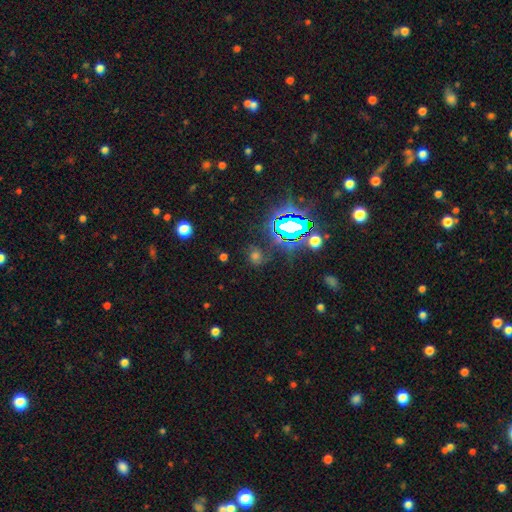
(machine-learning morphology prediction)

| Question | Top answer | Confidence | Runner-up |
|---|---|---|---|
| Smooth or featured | star or artifact | 47% | smooth (41%) |